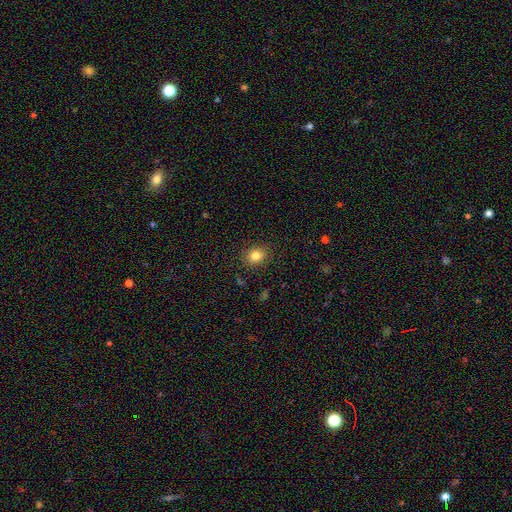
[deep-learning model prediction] smooth 83%, star or artifact 11%, featured or disk 6%. Down the decision tree: how rounded — round (59%); merging — none (87%).